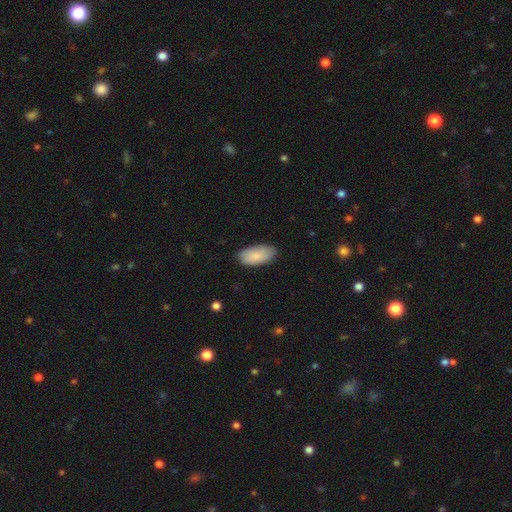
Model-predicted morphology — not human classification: Smooth or featured? Predicted: smooth (p=0.86). How rounded? Predicted: in between (p=0.94). Merging? Predicted: none (p=0.82).